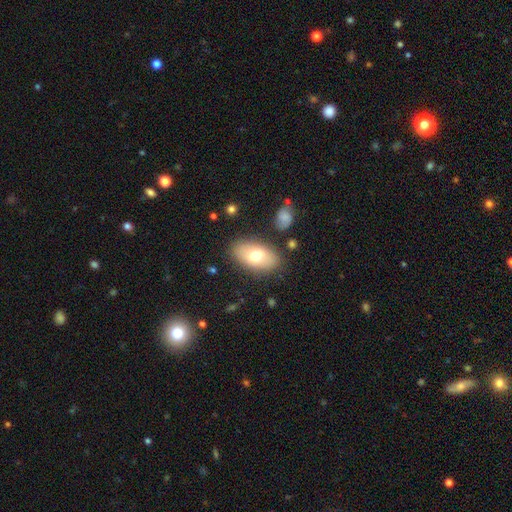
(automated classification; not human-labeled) smooth-or-featured: smooth: 70% | featured or disk: 23% | star or artifact: 7%
  how-rounded: in between: 92% | round: 6% | cigar-shaped: 2%
  merging: none: 82% | minor disturbance: 11% | major disturbance: 4% | merger: 3%